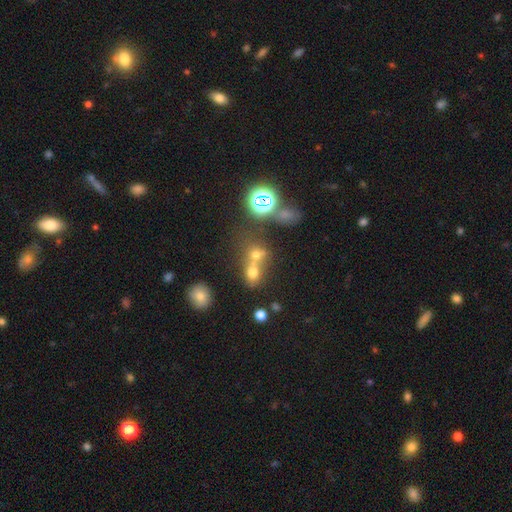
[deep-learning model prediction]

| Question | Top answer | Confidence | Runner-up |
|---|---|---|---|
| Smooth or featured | smooth | 47% | star or artifact (37%) |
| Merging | merger | 46% | none (41%) |